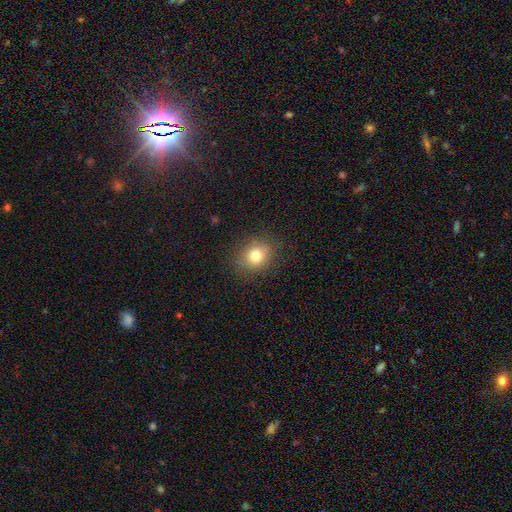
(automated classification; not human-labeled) Q: Smooth or featured?
A: smooth (77%); runner-up: star or artifact (13%)
Q: How rounded?
A: round (68%); runner-up: in between (31%)
Q: Merging?
A: none (84%); runner-up: minor disturbance (11%)